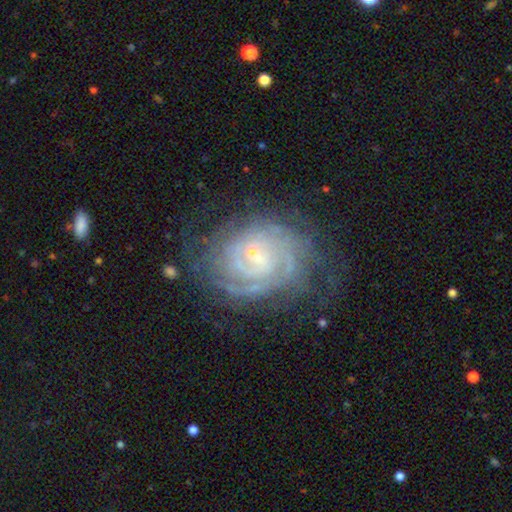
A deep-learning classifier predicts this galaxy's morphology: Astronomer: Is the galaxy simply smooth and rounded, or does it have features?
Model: featured or disk — 84%.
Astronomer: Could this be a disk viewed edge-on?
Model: no — 97%.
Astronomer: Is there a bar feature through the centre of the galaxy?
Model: no — 51% (runner-up: weak, 39%).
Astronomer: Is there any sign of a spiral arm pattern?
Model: yes — 94%.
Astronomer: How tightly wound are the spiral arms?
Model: tight — 69%.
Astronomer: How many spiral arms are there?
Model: can't tell — 39% (runner-up: 2, 21%).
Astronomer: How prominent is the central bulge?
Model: small — 78%.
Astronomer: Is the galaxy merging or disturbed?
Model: none — 64%.